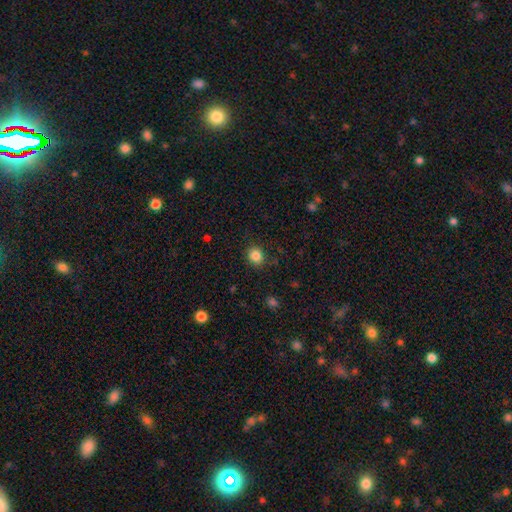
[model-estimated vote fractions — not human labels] smooth-or-featured: smooth: 85% | star or artifact: 11% | featured or disk: 4%
  how-rounded: round: 77% | in between: 22% | cigar-shaped: 1%
  merging: none: 87% | minor disturbance: 9% | major disturbance: 3% | merger: 1%